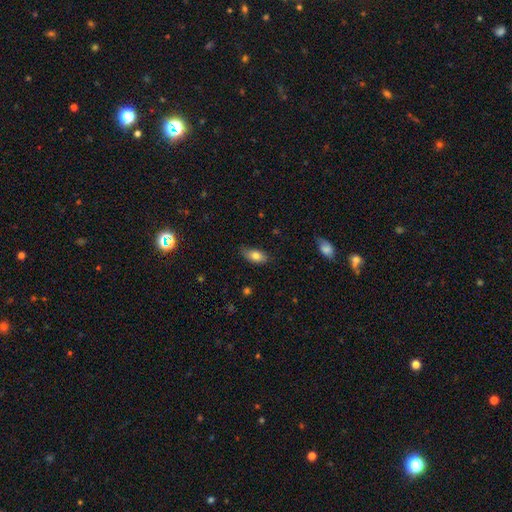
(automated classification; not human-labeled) This is likely a smooth galaxy (79%). How rounded: clearly in between (89%). Merging: likely none (72%).